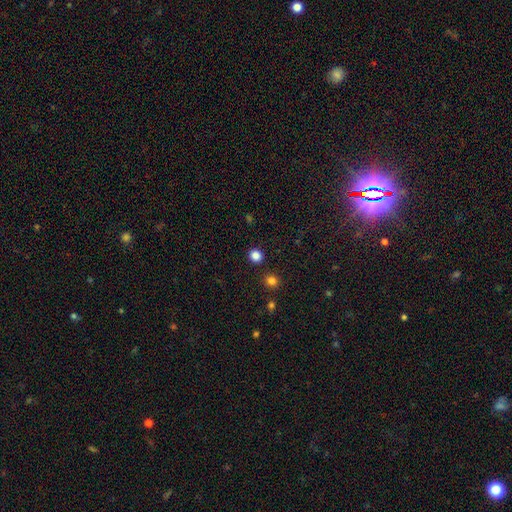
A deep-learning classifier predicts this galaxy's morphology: Smooth or featured? Predicted: smooth (p=0.84). How rounded? Predicted: round (p=0.87). Merging? Predicted: none (p=0.91).